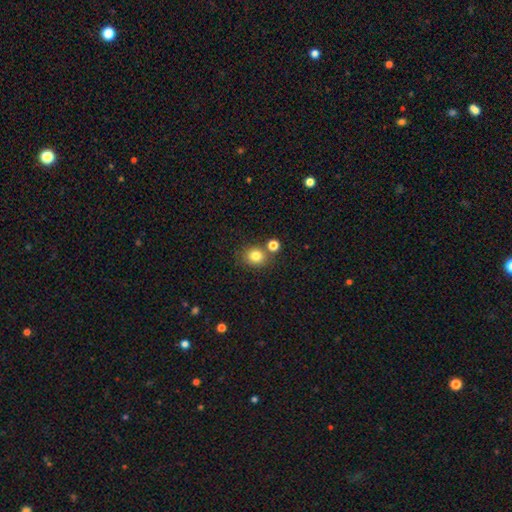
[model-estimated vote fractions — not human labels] Overall: smooth (82%). How rounded: round (75%). Merging: none (73%).